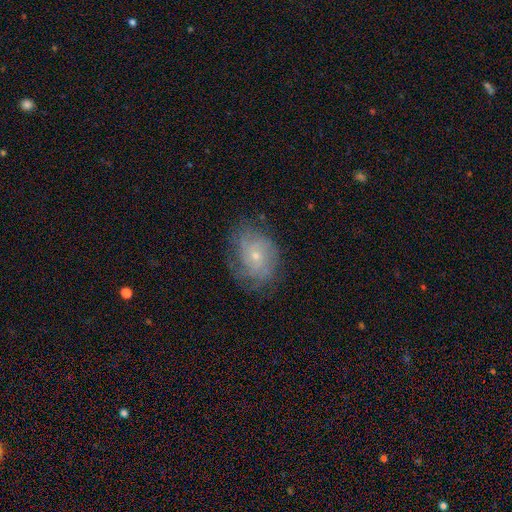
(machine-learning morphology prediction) This appears to be a featured or disk galaxy (64%) with no bar (80%), tight (55%) spiral arms (84%) and a small central bulge (73%). Merging: none (68%).